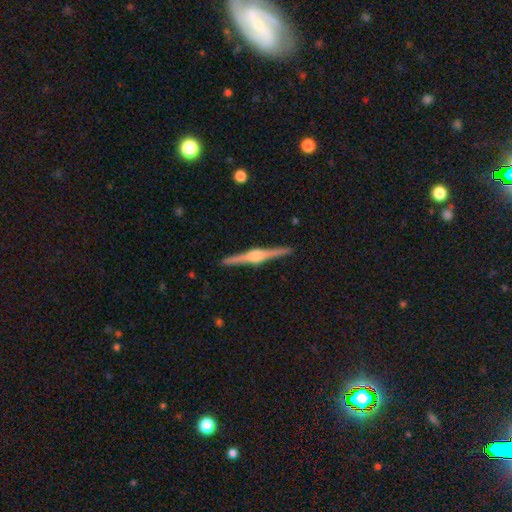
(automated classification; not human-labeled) featured or disk 86%, smooth 9%, star or artifact 5%. Down the decision tree: edge-on disk — yes (99%); edge-on bulge — rounded (85%); merging — none (92%).